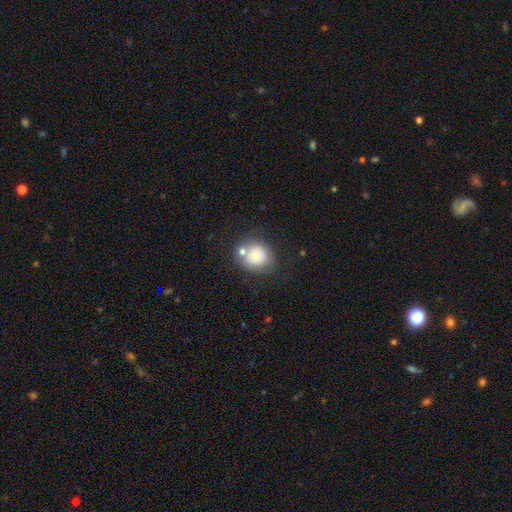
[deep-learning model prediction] This appears to be a smooth galaxy with no disk features (72%) that is round (79%). Merging: none (60%).